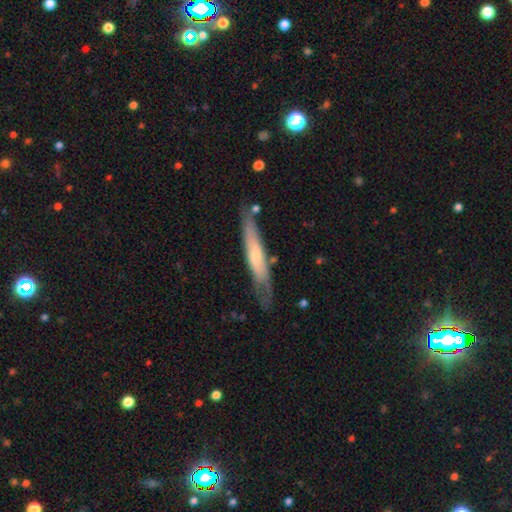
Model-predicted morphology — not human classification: A featured or disk galaxy (47%, tied with smooth). Merging: none (67%).